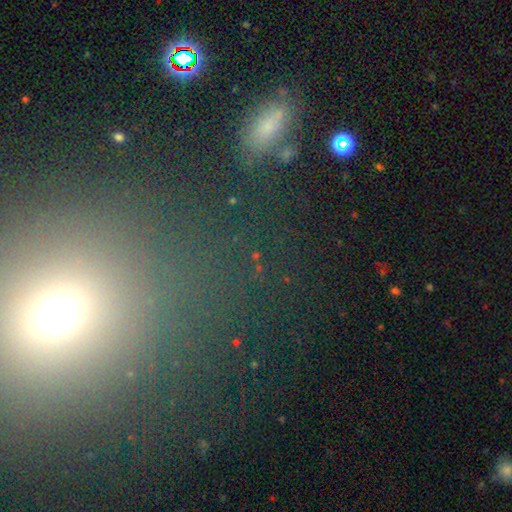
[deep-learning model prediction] A star or artifact, not a galaxy (68%).

Vote fractions:
- Smooth or featured? star or artifact: 68% / smooth: 20% / featured or disk: 12%